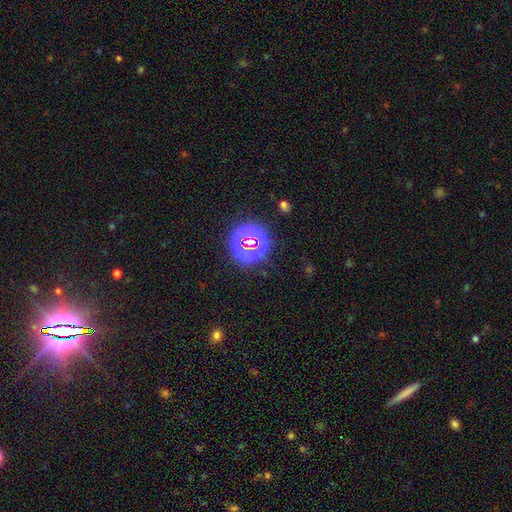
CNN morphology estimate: A star or artifact, not a galaxy (76%).

Vote fractions:
- Smooth or featured? star or artifact: 76% / smooth: 17% / featured or disk: 8%